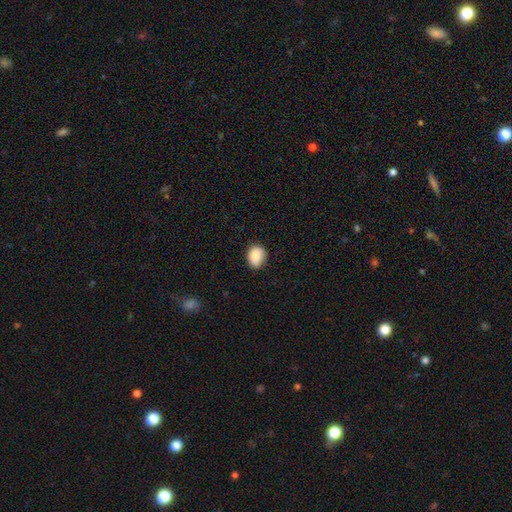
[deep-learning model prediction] This appears to be a smooth galaxy with no disk features (88%) that is in between round and cigar-shaped (53%). Merging: none (79%).